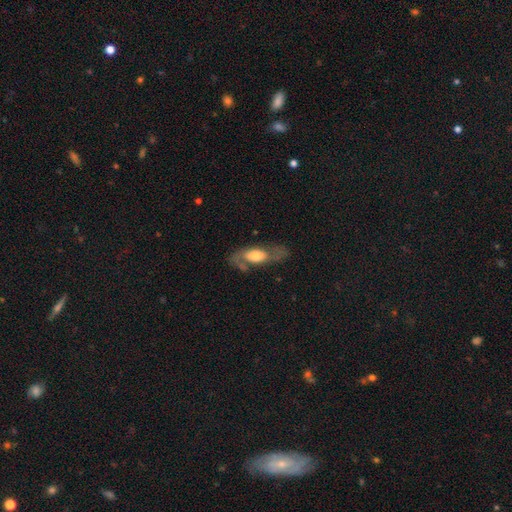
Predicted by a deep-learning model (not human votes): This is possibly a featured or disk galaxy (56%). It is likely not viewed edge-on (79%). Merging: possibly none (59%).